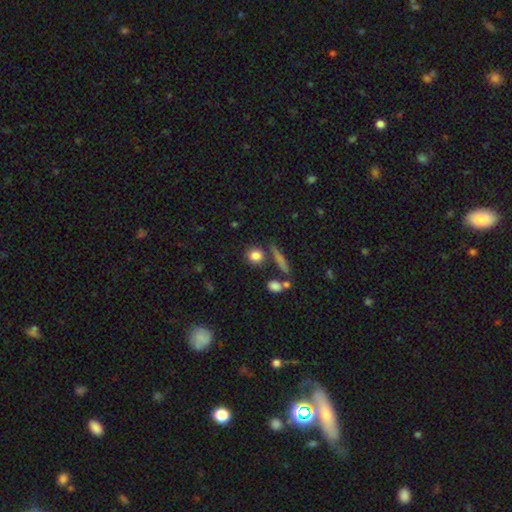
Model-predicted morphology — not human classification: Smooth or featured? smooth (82%)
How rounded? round (82%)
Merging? none (76%)